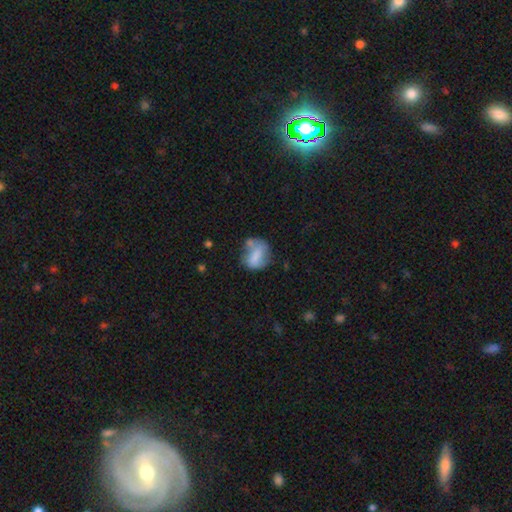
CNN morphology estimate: Smooth or featured?
  - smooth: 65% *
  - featured or disk: 27%
  - star or artifact: 8%
How rounded?
  - in between: 53% *
  - round: 44%
  - cigar-shaped: 3%
Merging?
  - none: 40% *
  - minor disturbance: 26%
  - merger: 17%
  - major disturbance: 16%